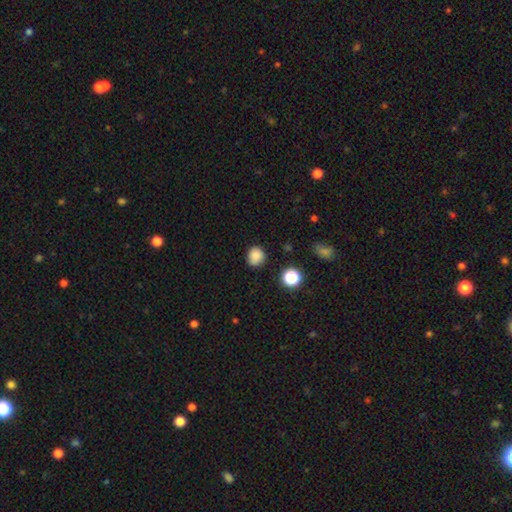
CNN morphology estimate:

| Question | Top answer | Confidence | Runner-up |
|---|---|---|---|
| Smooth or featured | smooth | 84% | star or artifact (12%) |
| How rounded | round | 82% | in between (17%) |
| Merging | none | 80% | minor disturbance (15%) |